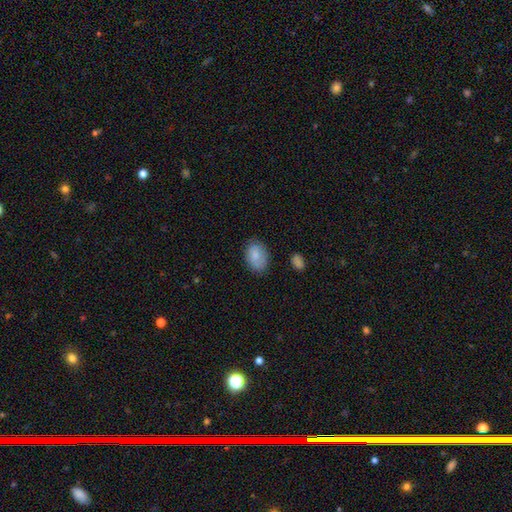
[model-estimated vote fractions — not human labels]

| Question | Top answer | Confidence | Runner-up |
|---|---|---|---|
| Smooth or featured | smooth | 80% | featured or disk (13%) |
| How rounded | in between | 85% | round (14%) |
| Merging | none | 75% | minor disturbance (19%) |